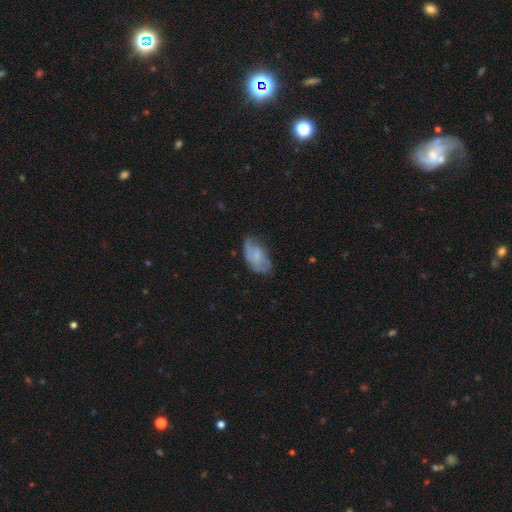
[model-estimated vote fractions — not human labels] Morphology: type=smooth (56%); roundness=in between (93%); merging=none (56%).